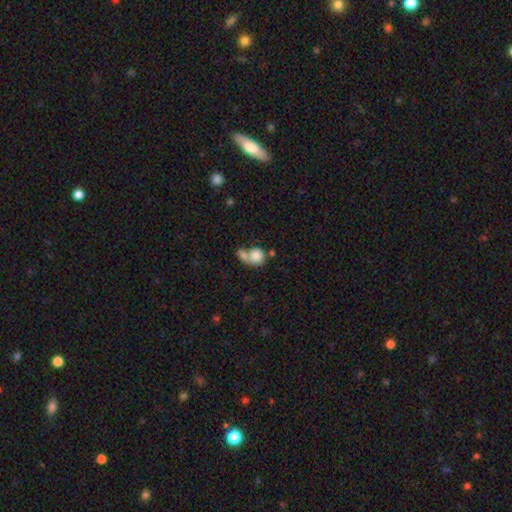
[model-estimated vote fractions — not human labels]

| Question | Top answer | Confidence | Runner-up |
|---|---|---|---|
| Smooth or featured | smooth | 81% | featured or disk (12%) |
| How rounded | round | 72% | in between (27%) |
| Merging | merger | 56% | none (26%) |